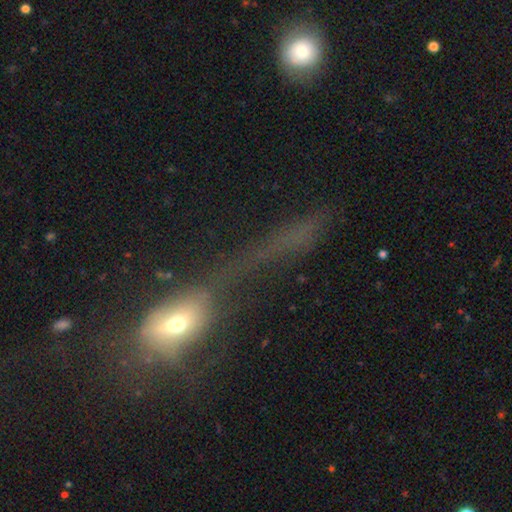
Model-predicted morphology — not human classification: smooth-or-featured: smooth: 46% | featured or disk: 34% | star or artifact: 21%
  merging: major disturbance: 53% | none: 21% | minor disturbance: 13% | merger: 13%